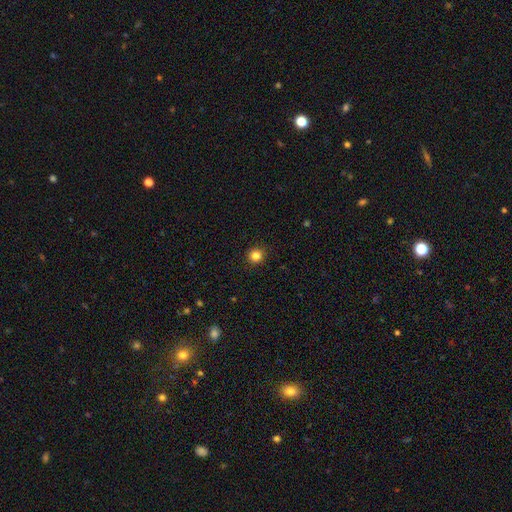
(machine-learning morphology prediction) This appears to be a smooth galaxy with no disk features (84%) that is round (93%). Merging: none (92%).